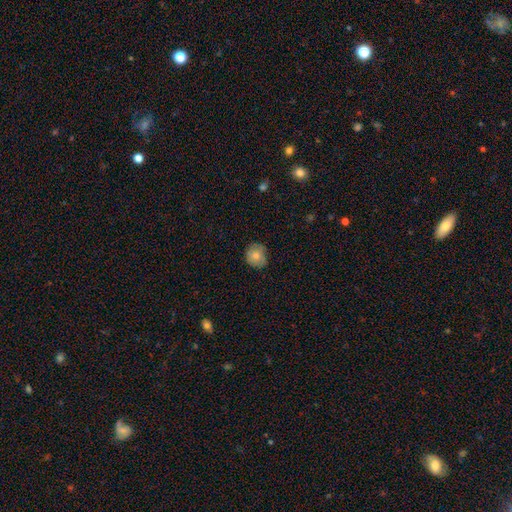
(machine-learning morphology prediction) smooth_or_featured: smooth (p=0.76) [alt: featured or disk p=0.15]
how_rounded: round (p=0.80) [alt: in between p=0.19]
merging: none (p=0.77) [alt: minor disturbance p=0.19]